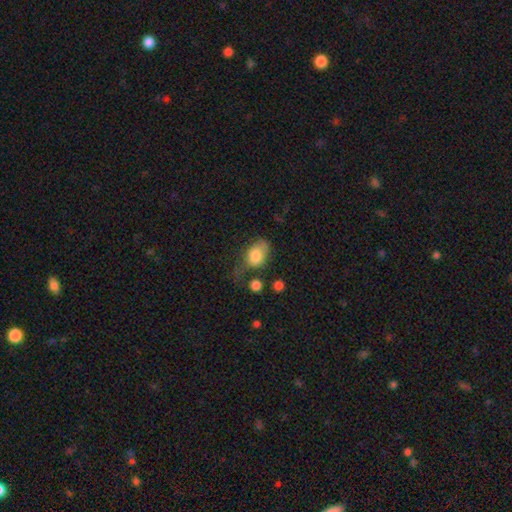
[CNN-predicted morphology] Q: Smooth or featured?
A: smooth (80%); runner-up: featured or disk (12%)
Q: How rounded?
A: in between (71%); runner-up: round (27%)
Q: Merging?
A: none (34%); runner-up: minor disturbance (32%)